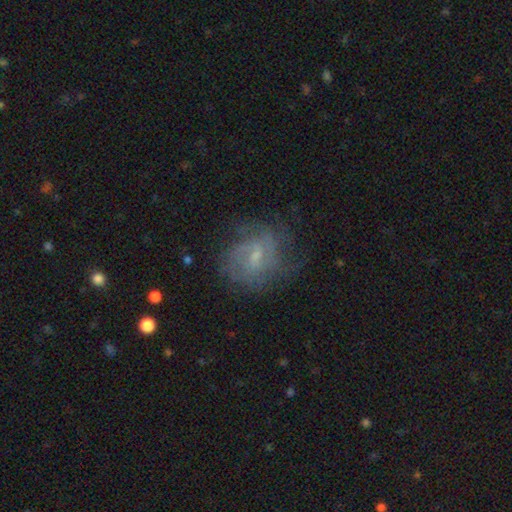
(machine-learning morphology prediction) type=featured or disk (64%); edge-on=no (97%); bar=weak (52%); spiral arms=yes (78%); bulge=small (64%); merging=none (63%).